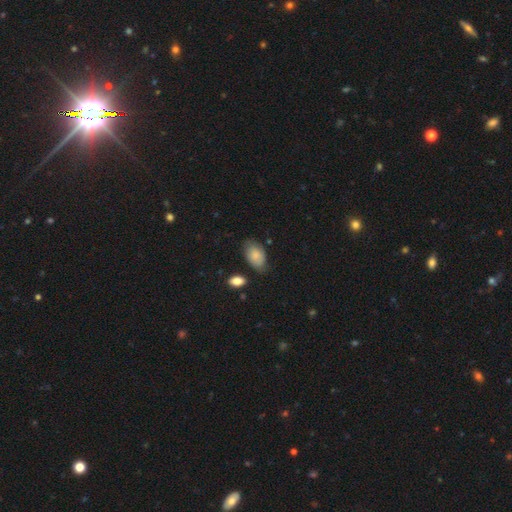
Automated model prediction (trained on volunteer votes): This is clearly a smooth galaxy (82%). How rounded: clearly in between (92%). Merging: likely none (64%).